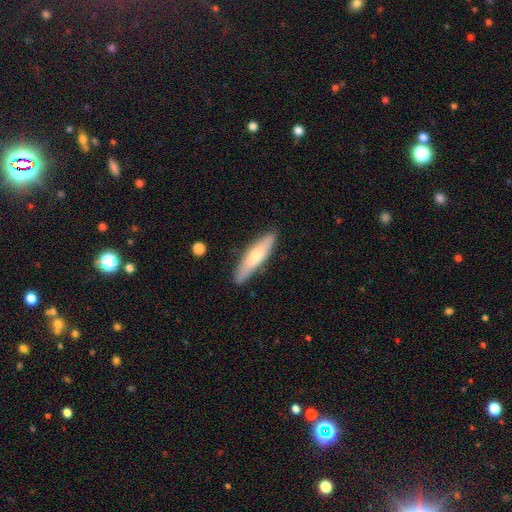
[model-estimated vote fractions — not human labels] The model was most divided on "smooth or featured": smooth: 64%, featured or disk: 31%, star or artifact: 5%. More confident: merging — none (84%); how rounded — cigar-shaped (75%).